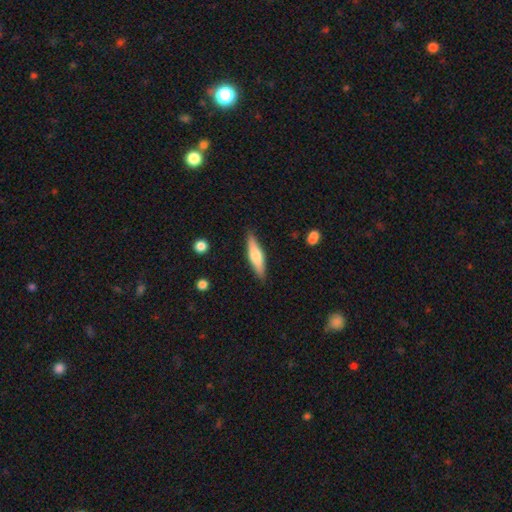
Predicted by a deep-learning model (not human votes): Morphology: type=smooth (55%); roundness=cigar-shaped (74%); merging=none (88%).